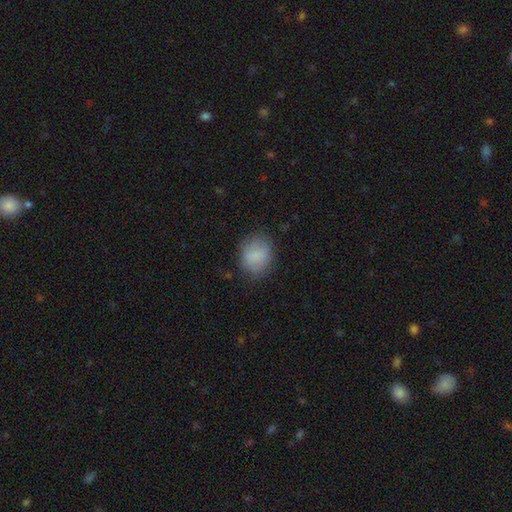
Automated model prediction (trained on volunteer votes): smooth-or-featured: smooth: 82% | featured or disk: 10% | star or artifact: 8%
  how-rounded: round: 60% | in between: 39% | cigar-shaped: 1%
  merging: none: 77% | minor disturbance: 17% | major disturbance: 5% | merger: 1%